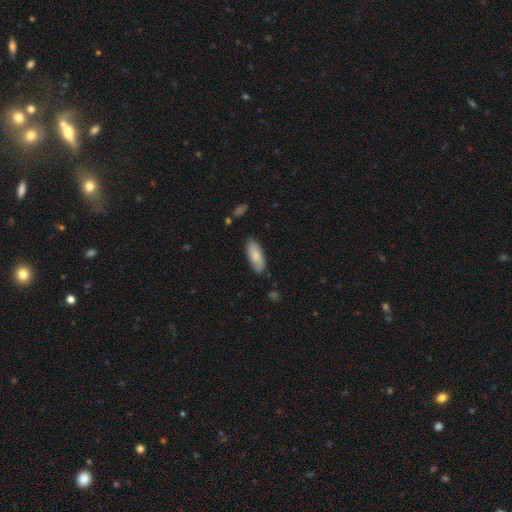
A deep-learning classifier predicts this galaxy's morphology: This appears to be a smooth galaxy with no disk features (83%) that is in between round and cigar-shaped (73%). Merging: none (83%).